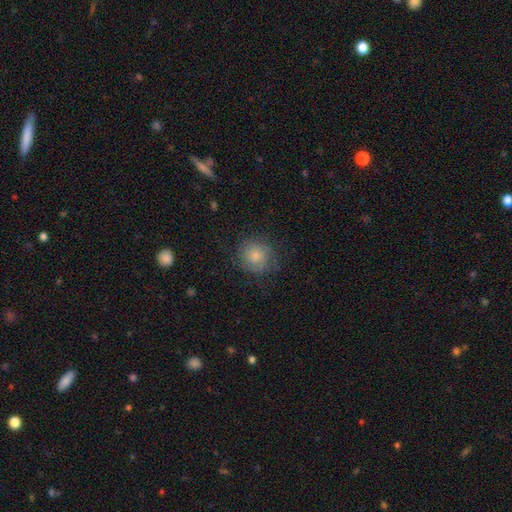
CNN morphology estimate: Smooth or featured? Predicted: smooth (p=0.56). How rounded? Predicted: round (p=0.87). Merging? Predicted: none (p=0.72).